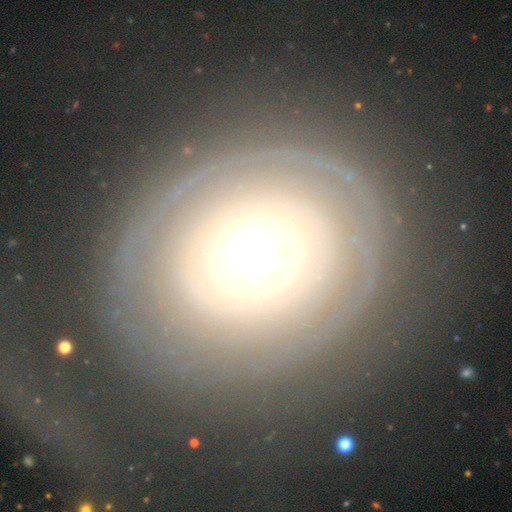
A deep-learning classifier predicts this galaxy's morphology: smooth-or-featured: featured or disk: 68% | smooth: 25% | star or artifact: 7%
  disk-edge-on: no: 95% | yes: 5%
    bar: no: 89% | weak: 7% | strong: 4%
    has-spiral-arms: yes: 57% | no: 43%
    bulge-size: moderate: 57% | large: 19% | small: 18% | dominant: 4% | none: 2%
  merging: none: 77% | minor disturbance: 13% | major disturbance: 8% | merger: 2%